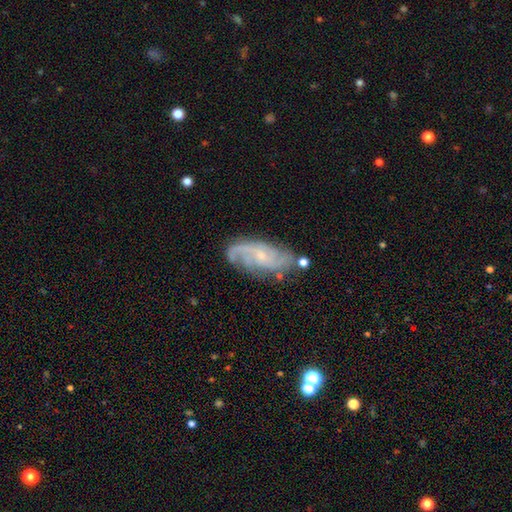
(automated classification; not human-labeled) Smooth or featured? Predicted: featured or disk (p=0.75). Edge-on disk? Predicted: no (p=0.91). Bar? Predicted: no (p=0.63). Spiral arms? Predicted: yes (p=0.94). Spiral winding? Predicted: medium (p=0.41). Spiral arm count? Predicted: 2 (p=0.38). Bulge size? Predicted: small (p=0.75). Merging? Predicted: none (p=0.73).